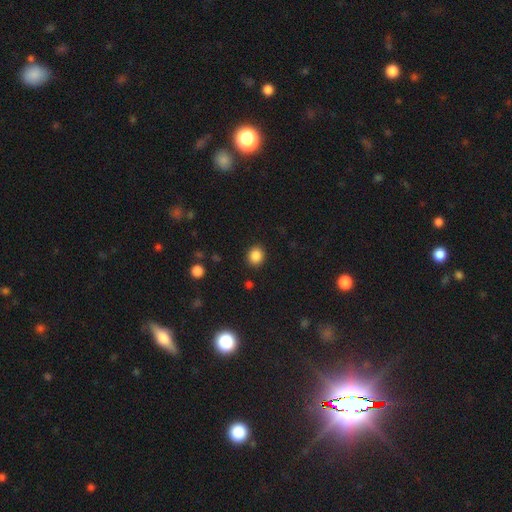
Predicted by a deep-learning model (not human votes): Overall: smooth (86%). How rounded: round (76%). Merging: none (90%).